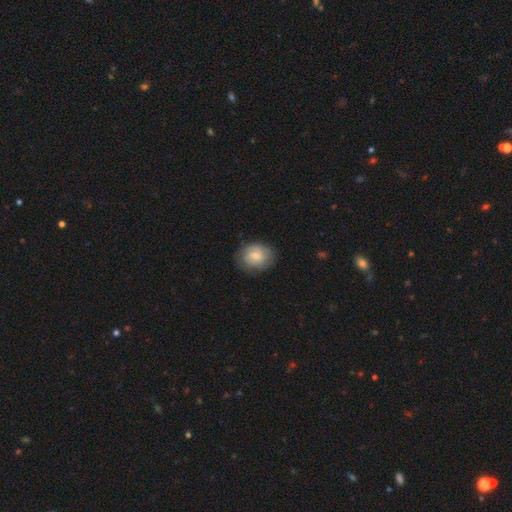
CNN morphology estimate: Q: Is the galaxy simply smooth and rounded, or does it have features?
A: smooth — 67%.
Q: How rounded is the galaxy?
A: round — 62%.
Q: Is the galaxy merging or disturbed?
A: none — 78%.